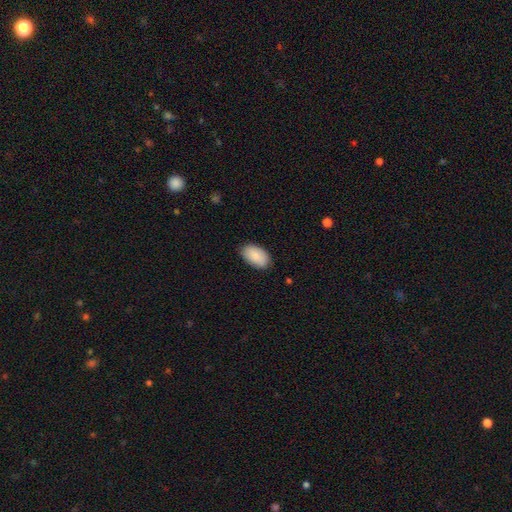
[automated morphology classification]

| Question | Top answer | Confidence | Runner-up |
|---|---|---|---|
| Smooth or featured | smooth | 88% | featured or disk (6%) |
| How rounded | in between | 95% | round (4%) |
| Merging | none | 84% | minor disturbance (13%) |